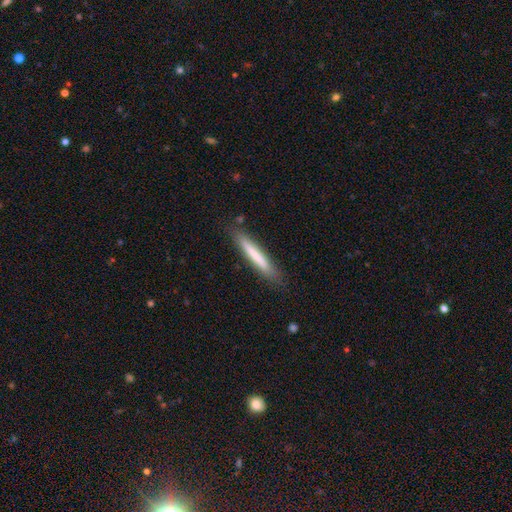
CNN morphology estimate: smooth 69%, featured or disk 25%, star or artifact 6%. Down the decision tree: how rounded — cigar-shaped (95%); merging — none (84%).